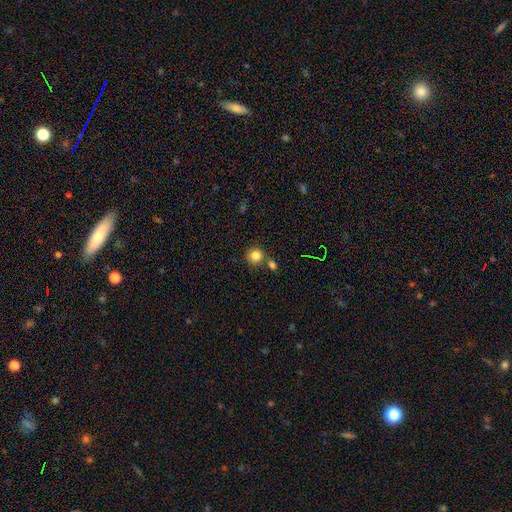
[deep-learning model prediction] smooth_or_featured: smooth (p=0.83) [alt: star or artifact p=0.11]
how_rounded: round (p=0.91) [alt: in between p=0.08]
merging: none (p=0.69) [alt: merger p=0.17]